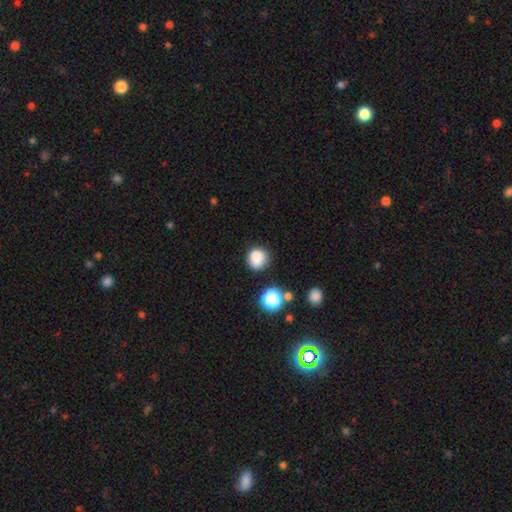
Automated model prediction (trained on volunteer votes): Smooth or featured? smooth (83%)
How rounded? round (87%)
Merging? none (78%)